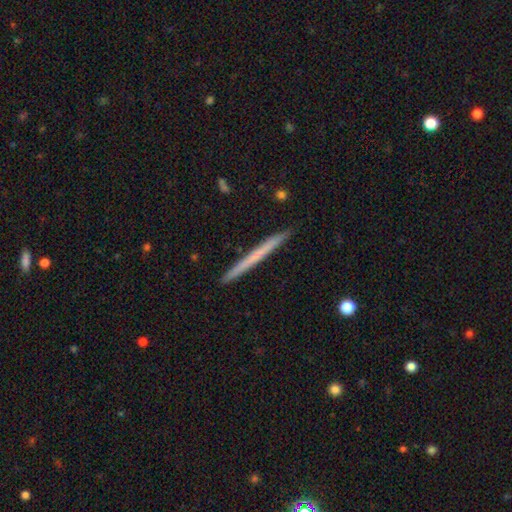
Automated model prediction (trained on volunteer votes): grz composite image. It shows a smooth galaxy with no disk features (54%) that is cigar-shaped (98%). Merging: none (93%).